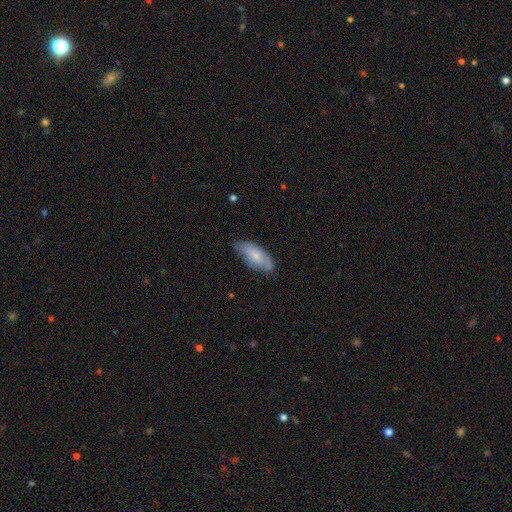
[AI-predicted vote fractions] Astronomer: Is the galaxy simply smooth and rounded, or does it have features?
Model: smooth — 65%.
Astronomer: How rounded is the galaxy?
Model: in between — 85%.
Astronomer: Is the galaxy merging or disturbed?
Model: none — 66%.